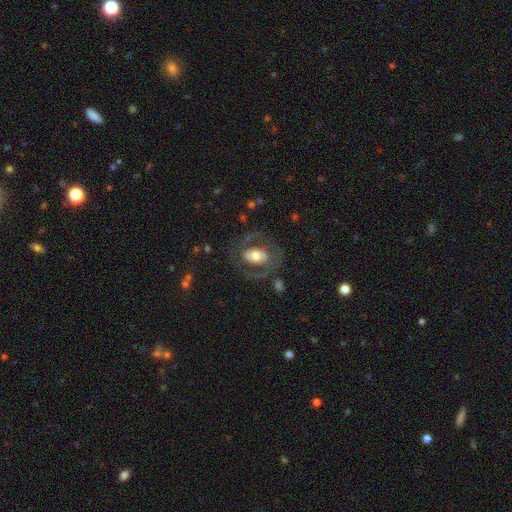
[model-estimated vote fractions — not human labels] A featured or disk galaxy (59%) with no bar (56%), no spiral arms (52%) and a moderate central bulge (56%). Merging: none (67%).